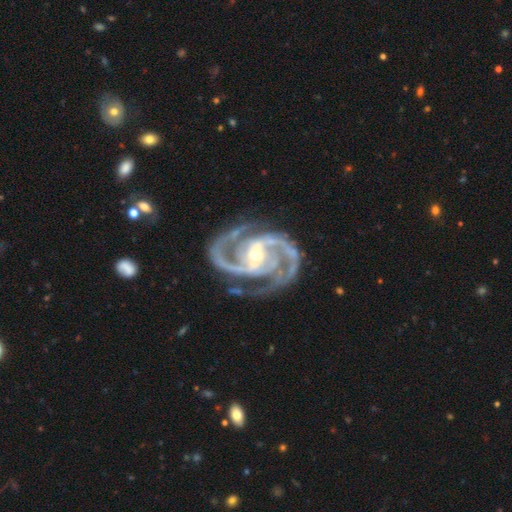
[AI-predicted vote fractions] A featured or disk galaxy (95%) with a strong bar (45%), 2 (80%) medium (62%) spiral arms (99%) and a small central bulge (50%). Merging: none (77%).